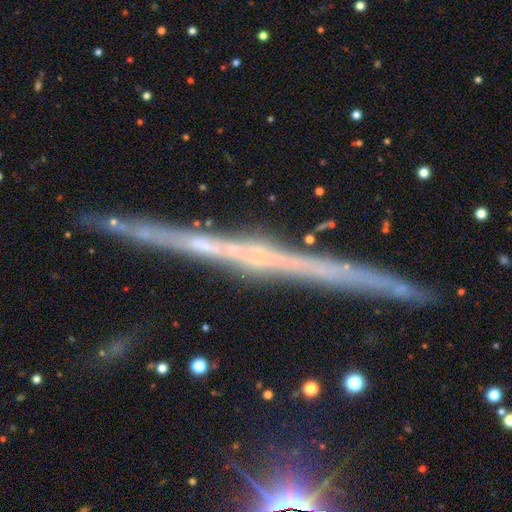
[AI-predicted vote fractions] featured or disk 75%, smooth 14%, star or artifact 12%. Down the decision tree: edge-on disk — yes (97%); edge-on bulge — none (72%); merging — none (89%).